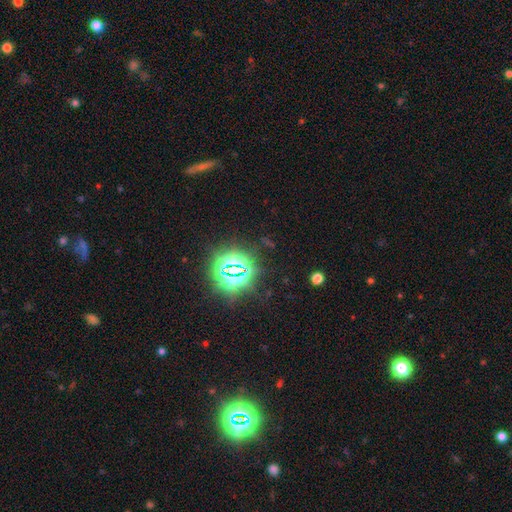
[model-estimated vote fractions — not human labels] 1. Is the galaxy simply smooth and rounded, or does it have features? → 81% star or artifact, 12% smooth, 8% featured or disk.